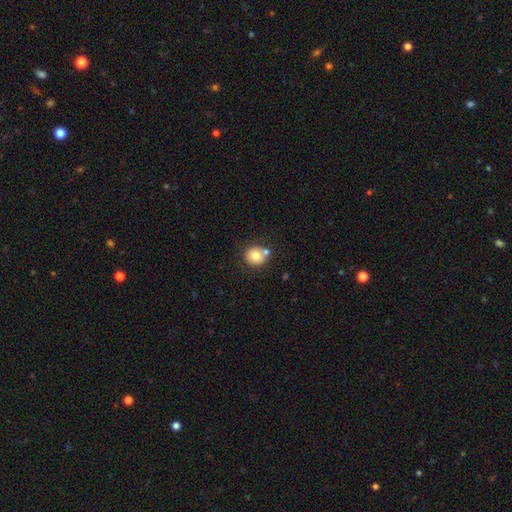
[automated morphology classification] Smooth or featured? smooth (76%)
How rounded? round (87%)
Merging? none (60%)